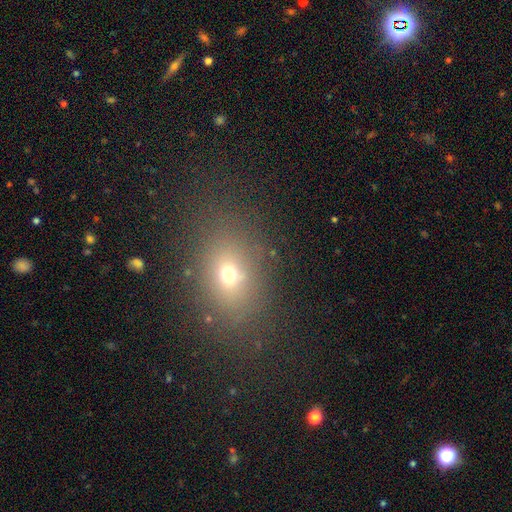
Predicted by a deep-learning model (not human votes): Smooth or featured: smooth — 63% (star or artifact — 24%)
How rounded: in between — 68% (round — 30%)
Merging: none — 85% (minor disturbance — 9%)